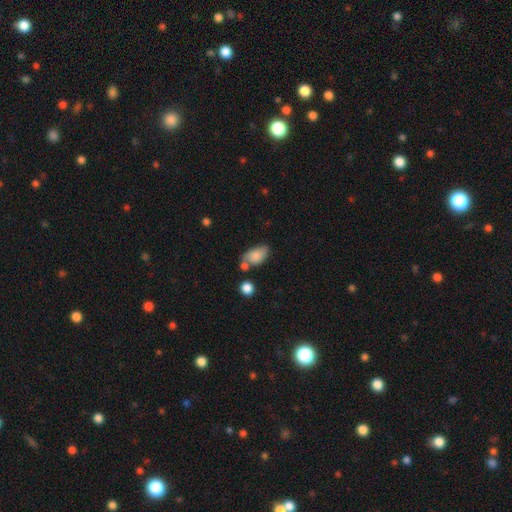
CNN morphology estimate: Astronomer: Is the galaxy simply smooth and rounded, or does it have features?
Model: smooth — 77%.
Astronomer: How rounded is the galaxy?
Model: in between — 90%.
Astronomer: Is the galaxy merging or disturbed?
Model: none — 47% (runner-up: minor disturbance, 24%).